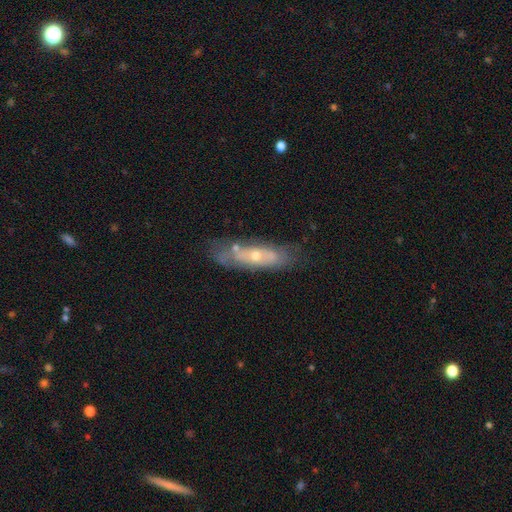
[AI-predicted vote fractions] Q: Smooth or featured?
A: featured or disk (61%); runner-up: smooth (31%)
Q: Edge-on disk?
A: no (73%); runner-up: yes (27%)
Q: Merging?
A: none (61%); runner-up: minor disturbance (23%)